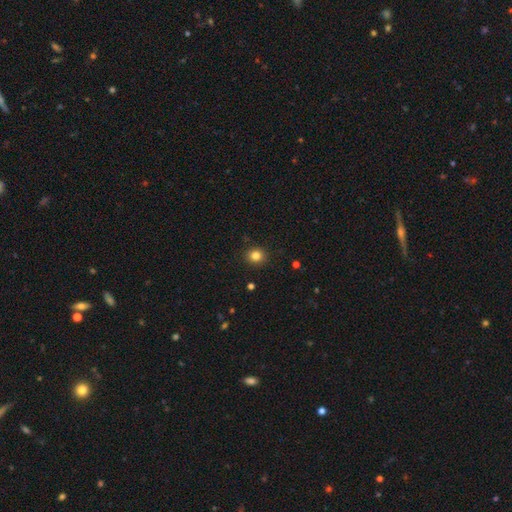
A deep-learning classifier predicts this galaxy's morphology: Q: Smooth or featured?
A: smooth (82%); runner-up: star or artifact (12%)
Q: How rounded?
A: round (81%); runner-up: in between (18%)
Q: Merging?
A: none (91%); runner-up: minor disturbance (6%)